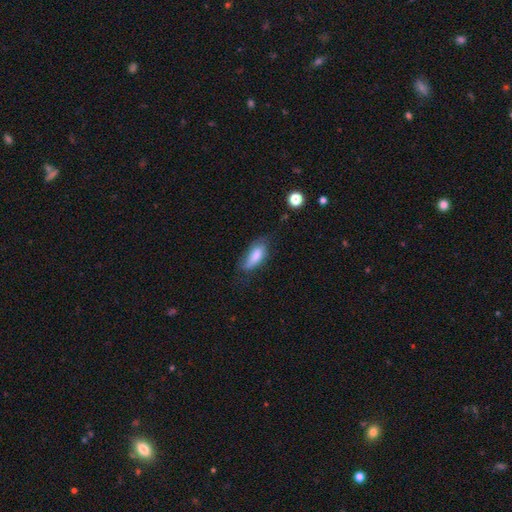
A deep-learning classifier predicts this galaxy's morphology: A smooth galaxy with no disk features (73%) that is in between round and cigar-shaped (77%). Merging: none (51%).